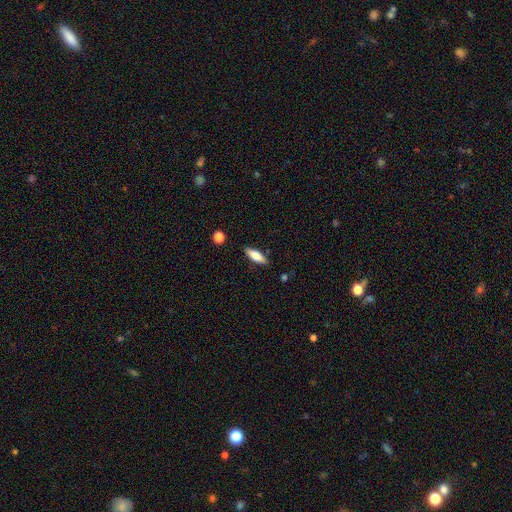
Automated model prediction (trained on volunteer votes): Morphology: type=smooth (69%); roundness=in between (54%); merging=none (86%).